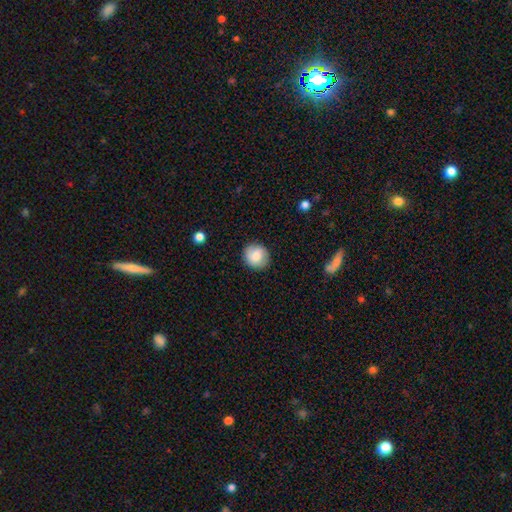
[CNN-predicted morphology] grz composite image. It shows a smooth galaxy with no disk features (79%) that is round (84%). Merging: none (86%).